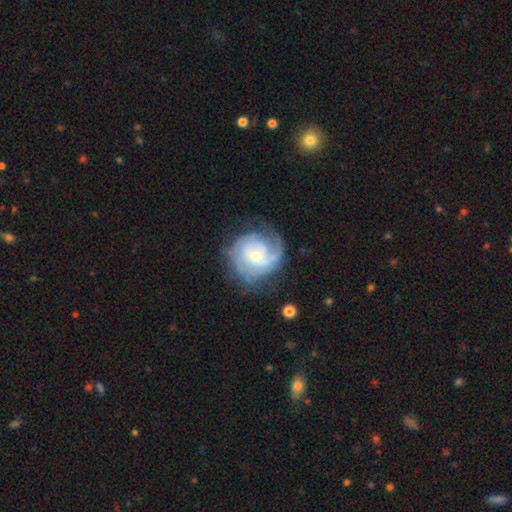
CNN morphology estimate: This is clearly a featured or disk galaxy (83%). It is clearly not viewed edge-on (98%). Bar: likely no (66%). Spiral arm pattern: clearly yes (94%). Spiral arm count: marginally 2 (33%). Spiral winding: likely tight (63%). Central bulge: possibly small (57%). Merging: likely none (67%).